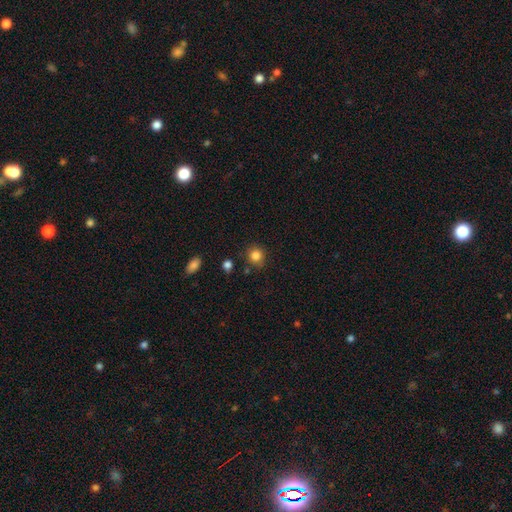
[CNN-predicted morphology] This is clearly a smooth galaxy (84%). How rounded: clearly round (87%). Merging: clearly none (81%).